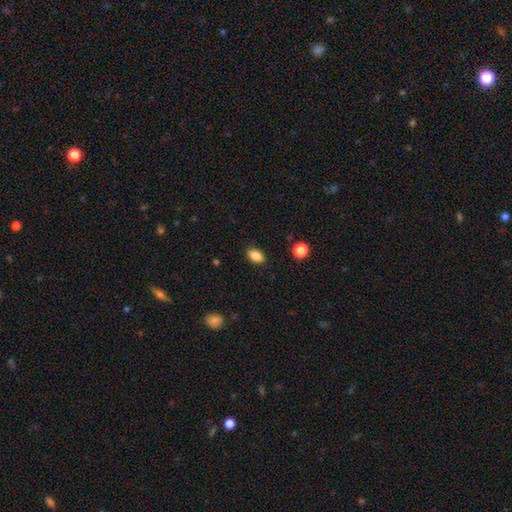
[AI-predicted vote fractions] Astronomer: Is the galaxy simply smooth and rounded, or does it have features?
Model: smooth — 86%.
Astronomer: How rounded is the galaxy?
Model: in between — 87%.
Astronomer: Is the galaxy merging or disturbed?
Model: none — 87%.